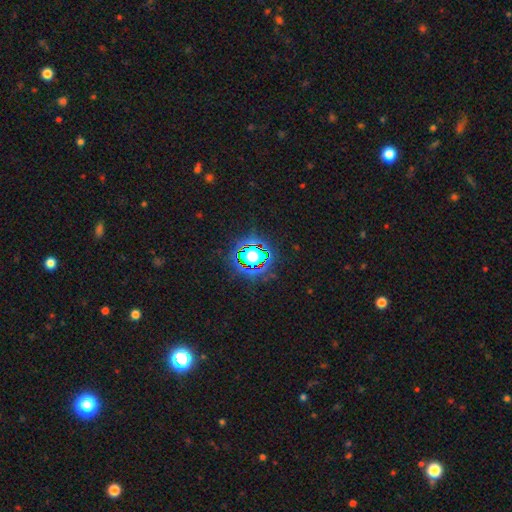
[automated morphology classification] Overall: star or artifact (64%).